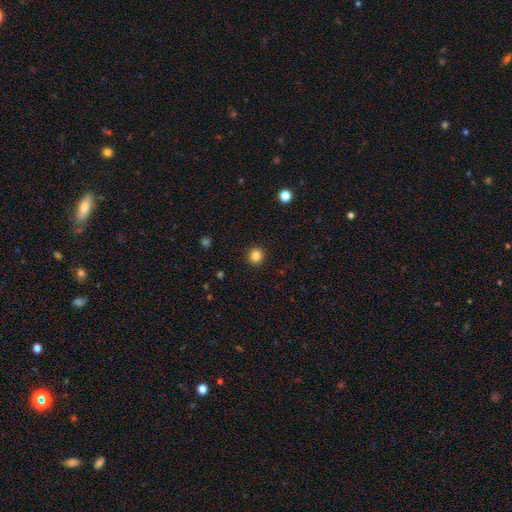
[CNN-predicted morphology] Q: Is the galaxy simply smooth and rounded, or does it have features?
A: smooth — 84%.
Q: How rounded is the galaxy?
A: round — 94%.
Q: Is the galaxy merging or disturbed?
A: none — 92%.